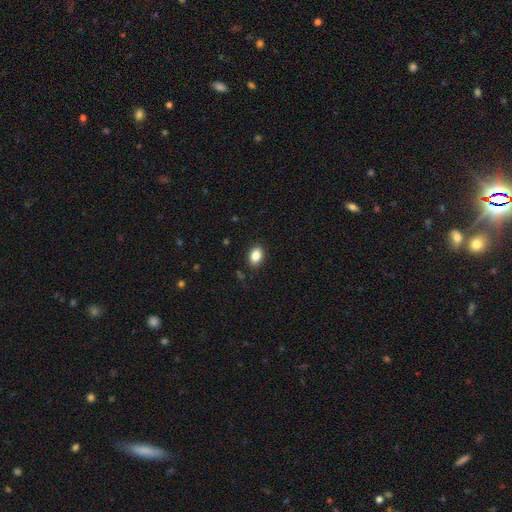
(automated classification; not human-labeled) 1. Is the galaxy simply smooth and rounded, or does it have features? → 86% smooth, 8% star or artifact, 5% featured or disk.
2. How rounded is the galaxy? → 84% in between, 15% round, 1% cigar-shaped.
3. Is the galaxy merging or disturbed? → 88% none, 9% minor disturbance, 2% major disturbance, 1% merger.